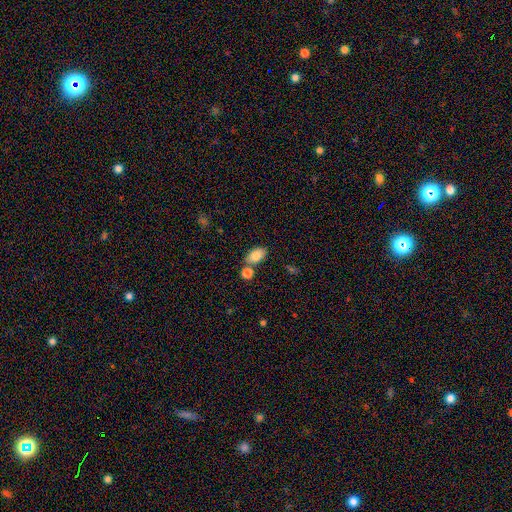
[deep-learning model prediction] Smooth or featured: smooth — 82% (featured or disk — 9%)
How rounded: in between — 90% (round — 8%)
Merging: none — 68% (merger — 16%)